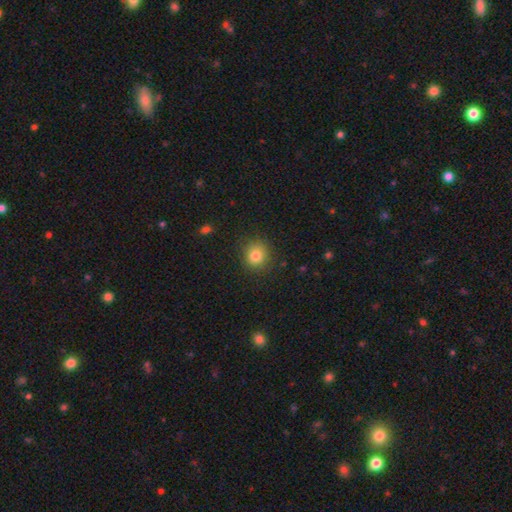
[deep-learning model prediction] Q: Smooth or featured?
A: smooth (82%); runner-up: star or artifact (11%)
Q: How rounded?
A: round (86%); runner-up: in between (13%)
Q: Merging?
A: none (88%); runner-up: minor disturbance (9%)